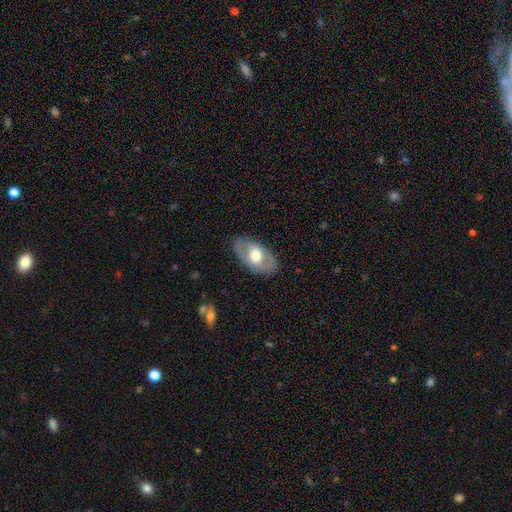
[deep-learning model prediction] A featured or disk galaxy (49%).

Vote fractions:
- Smooth or featured? featured or disk: 49% / smooth: 46% / star or artifact: 5%
- Merging? none: 83% / minor disturbance: 12% / major disturbance: 4% / merger: 1%